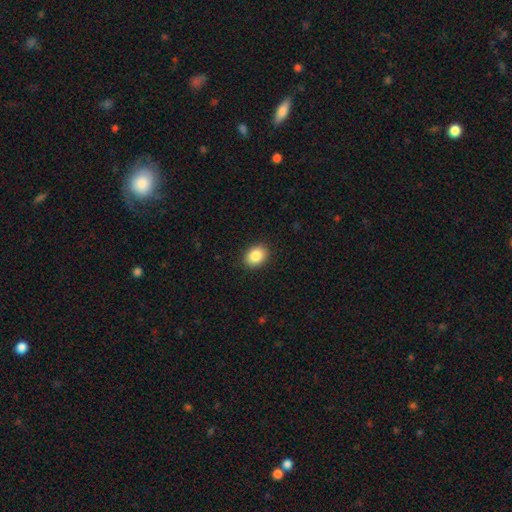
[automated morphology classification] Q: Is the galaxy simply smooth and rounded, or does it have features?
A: smooth — 87%.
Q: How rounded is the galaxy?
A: in between — 62%.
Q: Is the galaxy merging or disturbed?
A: none — 90%.